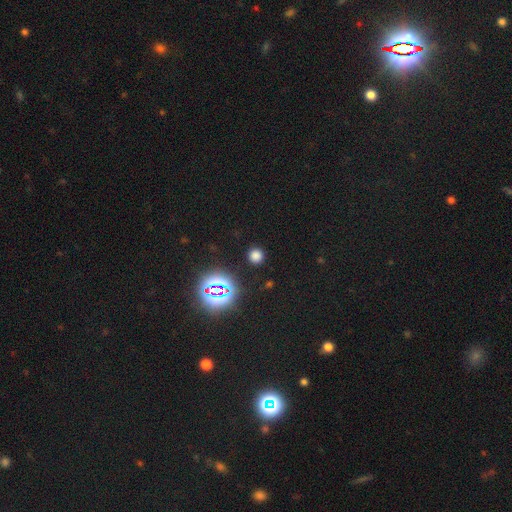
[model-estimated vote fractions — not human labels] This is likely a smooth galaxy (68%). How rounded: clearly round (90%). Merging: clearly none (88%).